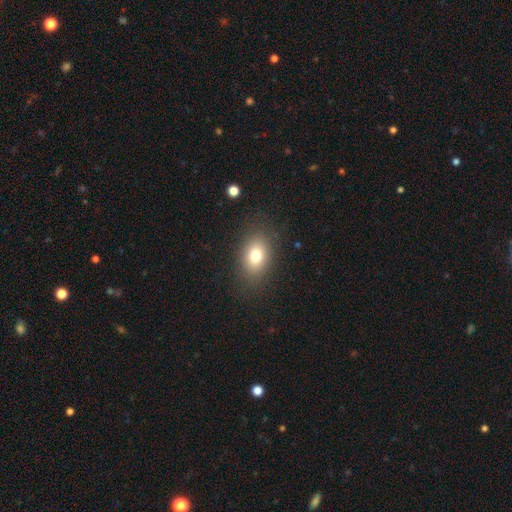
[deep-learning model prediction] Q: Smooth or featured?
A: smooth (76%); runner-up: featured or disk (13%)
Q: How rounded?
A: in between (73%); runner-up: round (25%)
Q: Merging?
A: none (84%); runner-up: minor disturbance (10%)